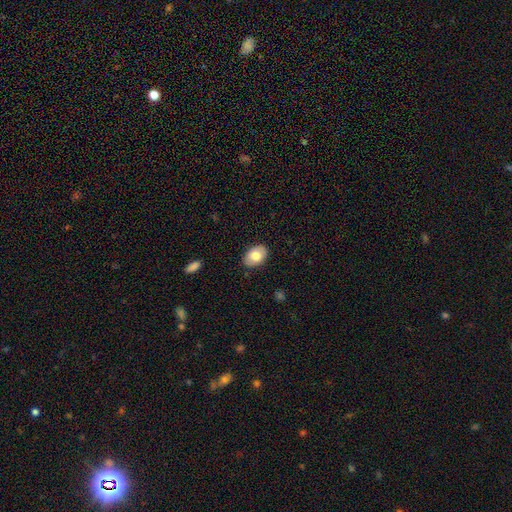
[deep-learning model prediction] smooth_or_featured: smooth (p=0.76) [alt: featured or disk p=0.18]
how_rounded: in between (p=0.85) [alt: round p=0.14]
merging: none (p=0.87) [alt: minor disturbance p=0.10]